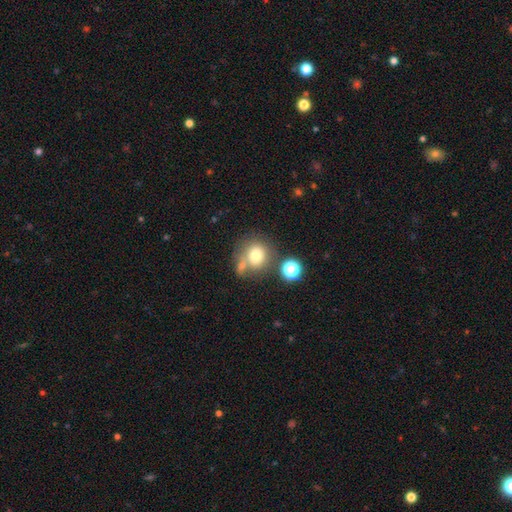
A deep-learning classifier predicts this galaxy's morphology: The model was most divided on "merging": none: 57%, merger: 24%, minor disturbance: 13%, major disturbance: 6%. More confident: how rounded — round (83%); smooth or featured — smooth (75%).